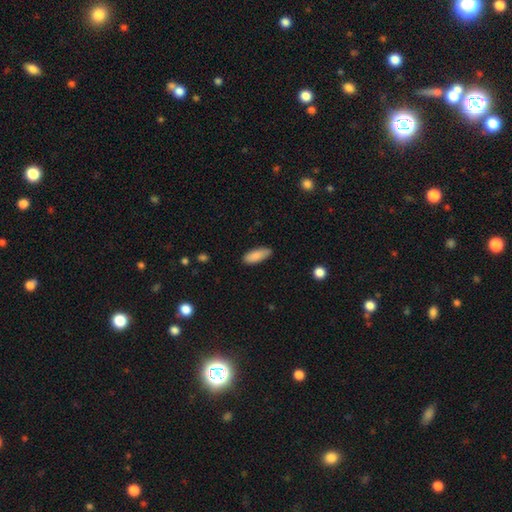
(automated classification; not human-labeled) Q: Smooth or featured?
A: smooth (89%); runner-up: star or artifact (6%)
Q: How rounded?
A: in between (76%); runner-up: cigar-shaped (22%)
Q: Merging?
A: none (82%); runner-up: minor disturbance (15%)